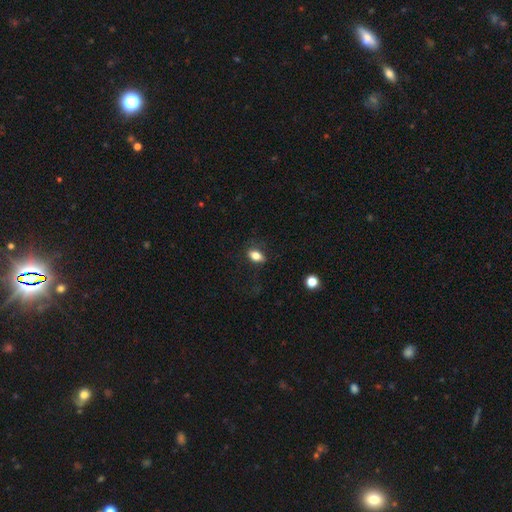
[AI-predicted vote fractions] The model was most divided on "merging": none: 75%, minor disturbance: 17%, major disturbance: 6%, merger: 1%. More confident: how rounded — in between (83%); smooth or featured — smooth (81%).